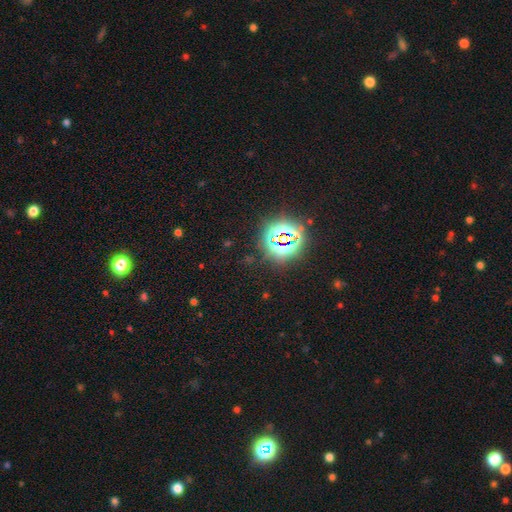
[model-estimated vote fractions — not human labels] Smooth or featured: star or artifact — 81% (smooth — 12%)